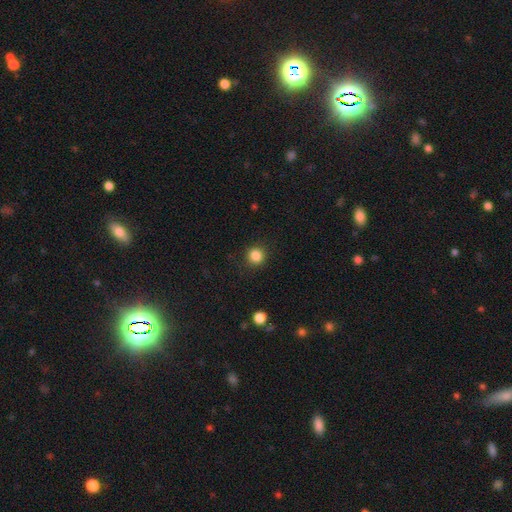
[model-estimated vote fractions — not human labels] This is clearly a smooth galaxy (85%). How rounded: clearly round (92%). Merging: clearly none (90%).